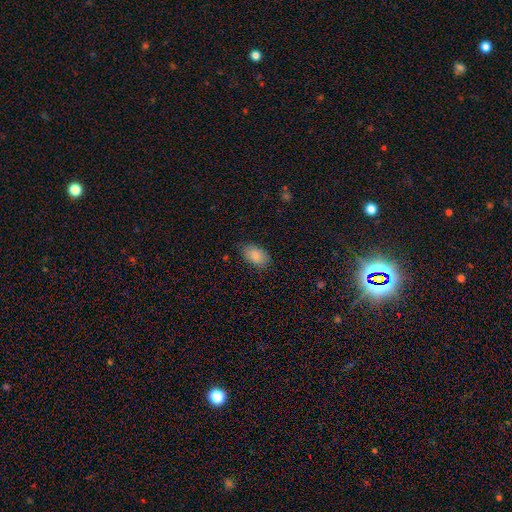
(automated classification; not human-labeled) The model was most divided on "merging": none: 81%, minor disturbance: 15%, major disturbance: 3%, merger: 1%. More confident: how rounded — in between (91%); smooth or featured — smooth (86%).